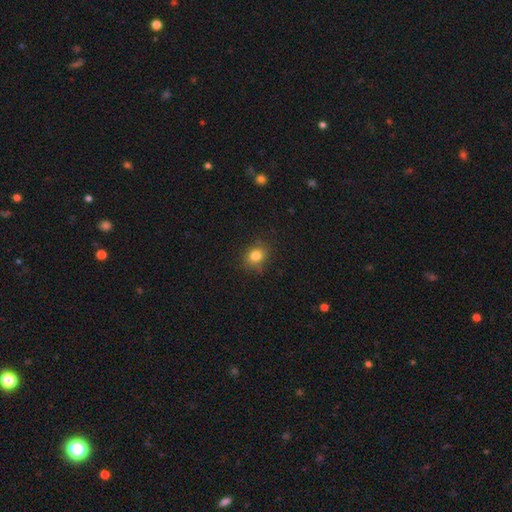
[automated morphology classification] Smooth or featured? smooth (81%)
How rounded? round (66%)
Merging? none (82%)